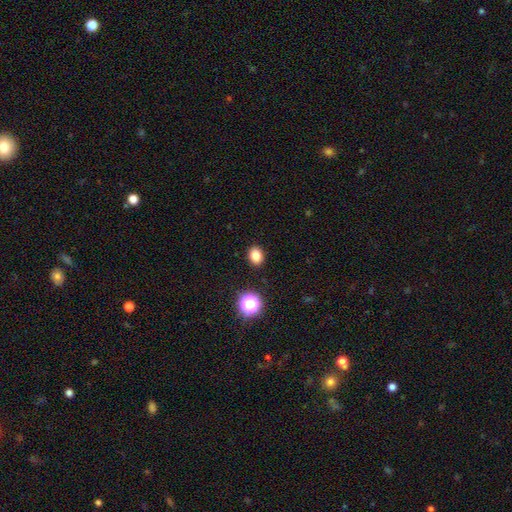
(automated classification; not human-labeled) This is clearly a smooth galaxy (82%). How rounded: possibly in between (53%). Merging: clearly none (90%).